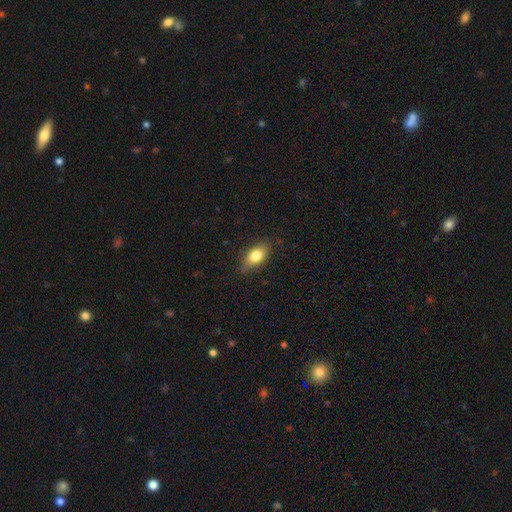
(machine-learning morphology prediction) type=smooth (79%); roundness=in between (85%); merging=none (80%).